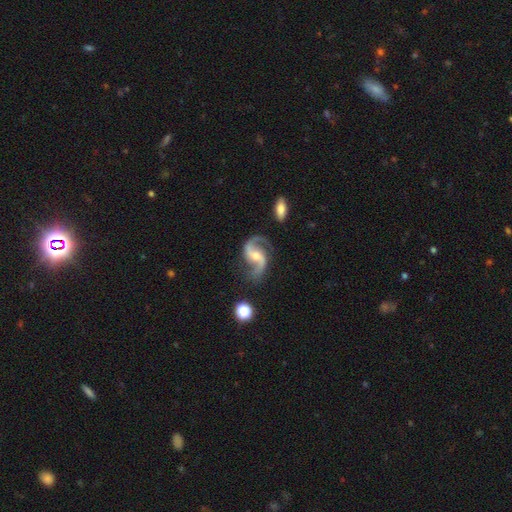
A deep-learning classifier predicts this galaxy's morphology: smooth_or_featured: featured or disk (p=0.92) [alt: star or artifact p=0.04]
disk_edge_on: no (p=0.98) [alt: yes p=0.02]
bar: weak (p=0.40) [tied with: no p=0.40]
has_spiral_arms: yes (p=0.98) [alt: no p=0.02]
spiral_winding: loose (p=0.53) [alt: medium p=0.40]
spiral_arm_count: 2 (p=0.94) [alt: 1 p=0.01]
bulge_size: moderate (p=0.55) [alt: small p=0.38]
merging: none (p=0.74) [alt: minor disturbance p=0.16]